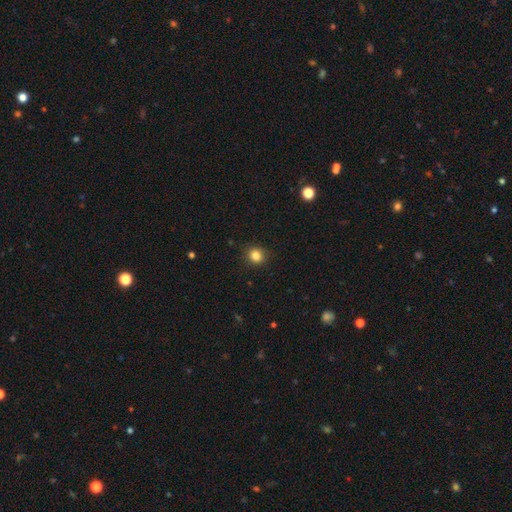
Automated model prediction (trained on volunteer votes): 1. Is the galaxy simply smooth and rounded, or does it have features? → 84% smooth, 11% star or artifact, 4% featured or disk.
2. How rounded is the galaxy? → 79% round, 20% in between, 1% cigar-shaped.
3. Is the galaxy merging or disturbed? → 87% none, 10% minor disturbance, 2% major disturbance, 1% merger.